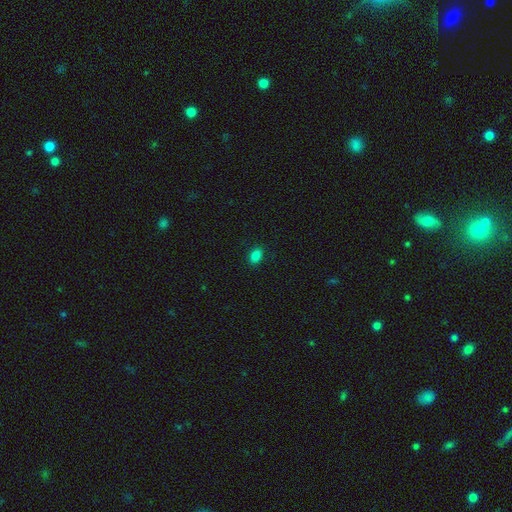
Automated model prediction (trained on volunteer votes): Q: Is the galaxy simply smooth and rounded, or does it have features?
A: smooth — 84%.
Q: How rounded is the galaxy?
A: in between — 80%.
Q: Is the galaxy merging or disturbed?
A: none — 89%.